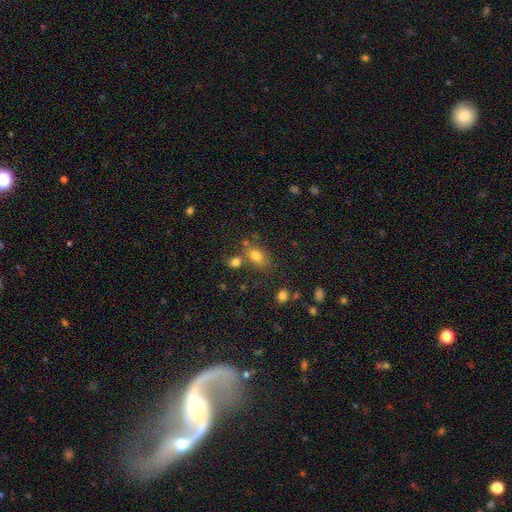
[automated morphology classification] Q: Smooth or featured?
A: smooth (78%); runner-up: star or artifact (12%)
Q: How rounded?
A: in between (78%); runner-up: round (20%)
Q: Merging?
A: none (58%); runner-up: merger (22%)